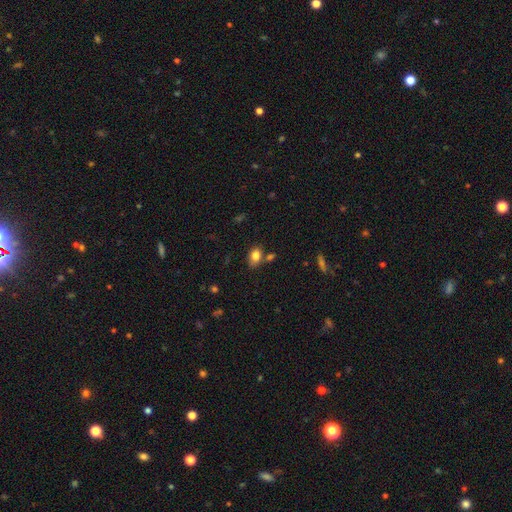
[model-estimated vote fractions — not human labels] A smooth galaxy with no disk features (82%) that is in between round and cigar-shaped (76%). Merging: none (68%).